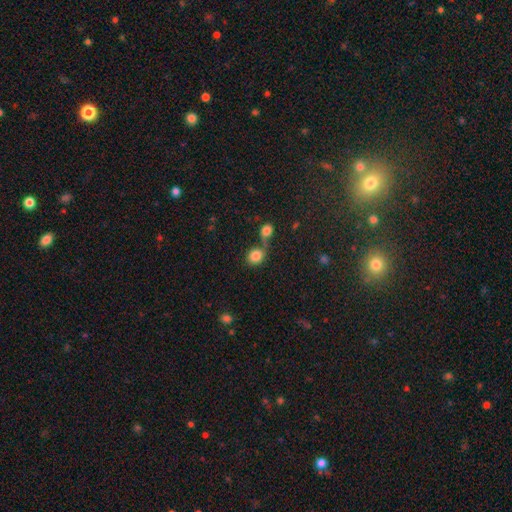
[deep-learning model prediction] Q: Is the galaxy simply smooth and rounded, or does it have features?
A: smooth — 84%.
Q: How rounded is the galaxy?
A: round — 71%.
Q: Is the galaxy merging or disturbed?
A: merger — 45%.